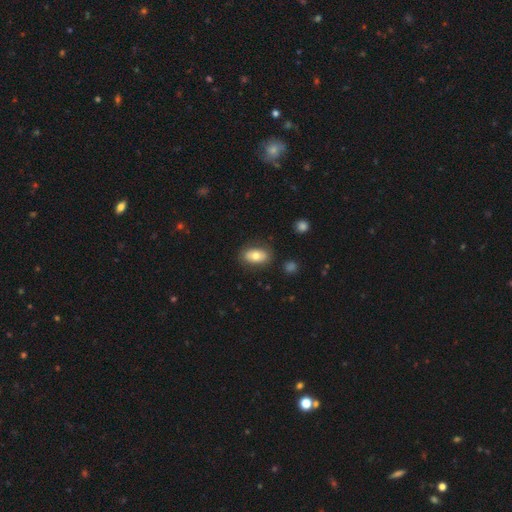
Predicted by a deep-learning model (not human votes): Smooth or featured? smooth (73%)
How rounded? in between (90%)
Merging? none (82%)